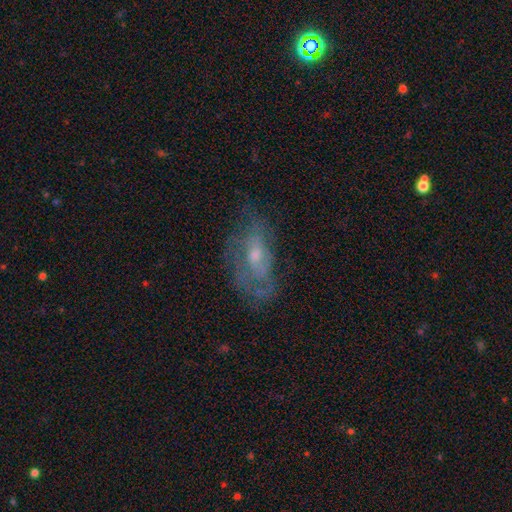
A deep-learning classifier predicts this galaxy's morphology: smooth-or-featured: featured or disk: 64% | smooth: 28% | star or artifact: 9%
  disk-edge-on: no: 91% | yes: 9%
    bar: no: 66% | weak: 29% | strong: 5%
    has-spiral-arms: yes: 60% | no: 40%
    bulge-size: moderate: 48% | small: 43% | none: 5% | large: 4% | dominant: 1%
  merging: none: 54% | minor disturbance: 25% | major disturbance: 19% | merger: 2%